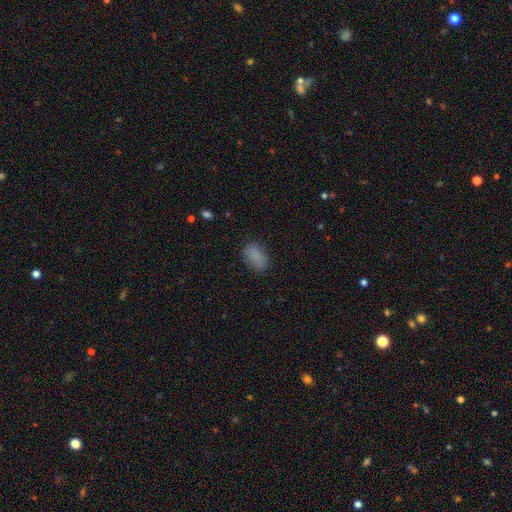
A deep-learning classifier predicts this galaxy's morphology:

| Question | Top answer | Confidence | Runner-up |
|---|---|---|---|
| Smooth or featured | smooth | 85% | star or artifact (10%) |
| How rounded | in between | 90% | round (7%) |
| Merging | none | 78% | minor disturbance (16%) |